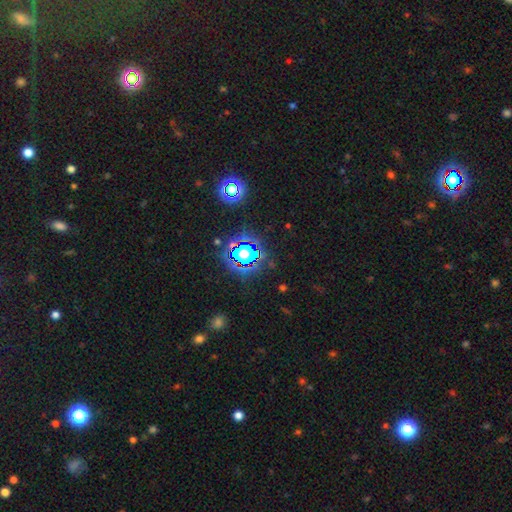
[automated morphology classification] This appears to be a star or artifact, not a galaxy (63%).